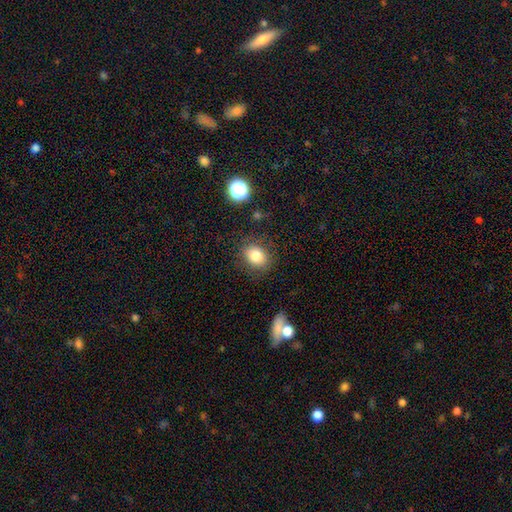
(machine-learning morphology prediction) Smooth or featured? Predicted: smooth (p=0.82). How rounded? Predicted: in between (p=0.56). Merging? Predicted: none (p=0.83).